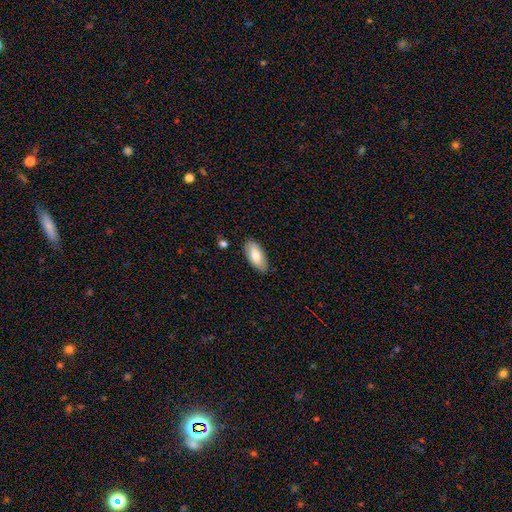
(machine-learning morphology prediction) type=smooth (75%); roundness=in between (90%); merging=none (84%).